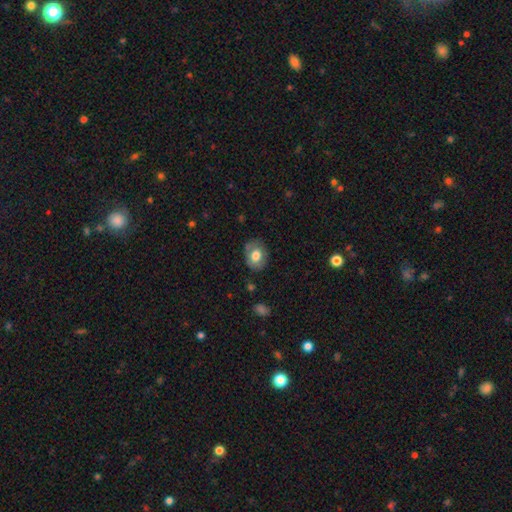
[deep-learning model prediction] The model was most divided on "how rounded": in between: 55%, round: 44%, cigar-shaped: 1%. More confident: merging — none (78%); smooth or featured — smooth (69%).